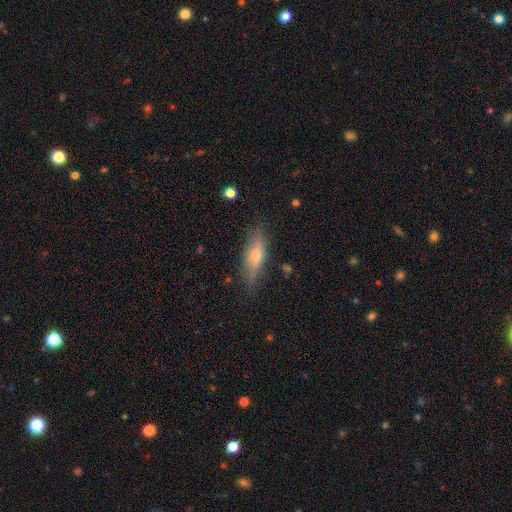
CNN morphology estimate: Smooth or featured?
  - smooth: 47% *
  - featured or disk: 45%
  - star or artifact: 8%
Merging?
  - none: 79% *
  - minor disturbance: 15%
  - major disturbance: 4%
  - merger: 1%